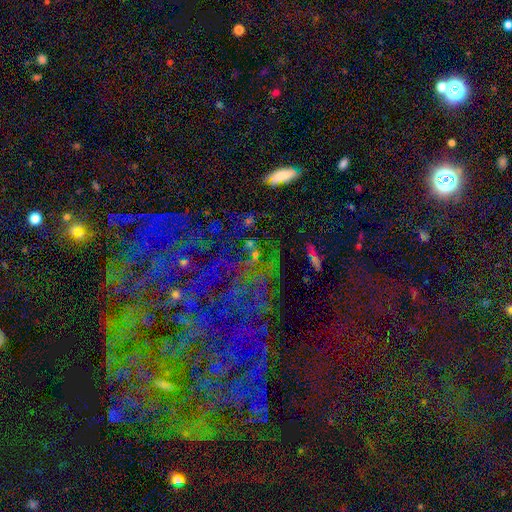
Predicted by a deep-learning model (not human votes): A star or artifact, not a galaxy (49%).